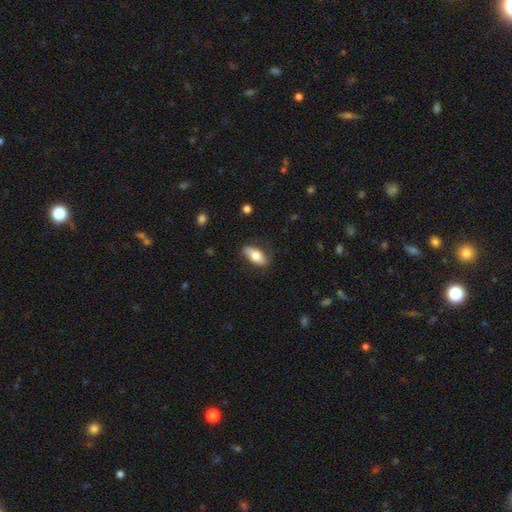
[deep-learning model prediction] Smooth or featured? smooth (66%)
How rounded? in between (84%)
Merging? none (78%)